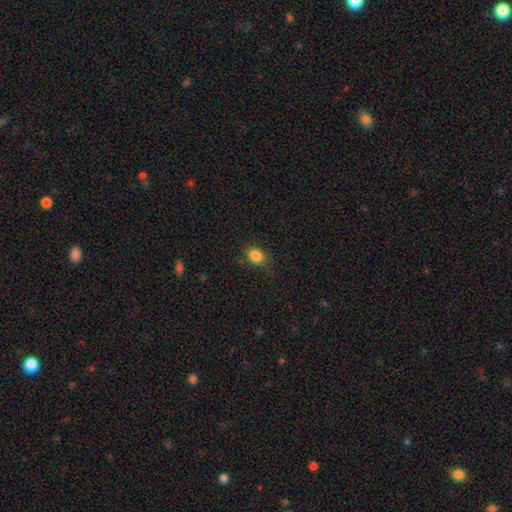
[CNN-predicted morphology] This appears to be a smooth galaxy with no disk features (84%) that is round (53%). Merging: none (75%).